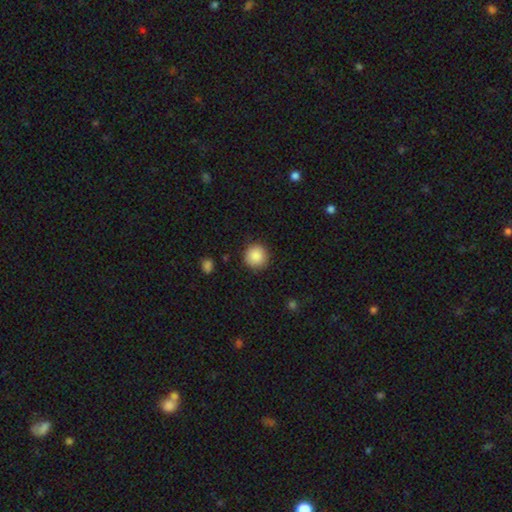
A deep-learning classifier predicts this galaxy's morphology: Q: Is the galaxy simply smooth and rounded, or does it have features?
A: smooth — 88%.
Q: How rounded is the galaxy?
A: round — 95%.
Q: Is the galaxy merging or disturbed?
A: none — 90%.